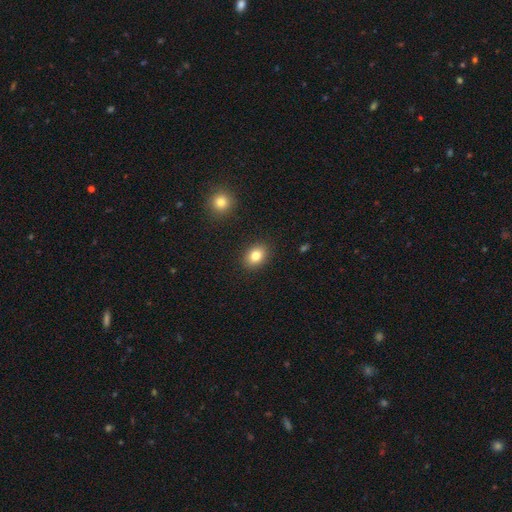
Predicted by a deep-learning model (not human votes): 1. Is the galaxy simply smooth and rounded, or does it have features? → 82% smooth, 10% star or artifact, 9% featured or disk.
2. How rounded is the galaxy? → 65% in between, 34% round, 1% cigar-shaped.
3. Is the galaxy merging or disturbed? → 89% none, 8% minor disturbance, 2% major disturbance, 2% merger.